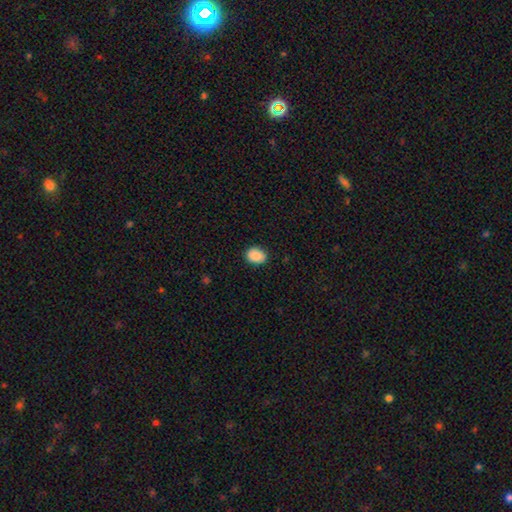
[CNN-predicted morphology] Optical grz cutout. It shows a smooth galaxy with no disk features (89%) that is in between round and cigar-shaped (59%). Merging: none (88%).